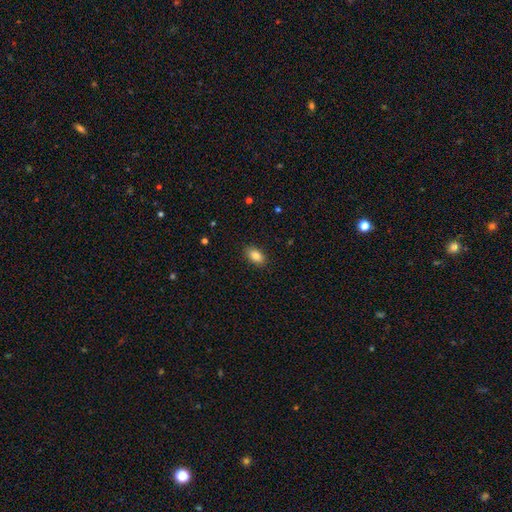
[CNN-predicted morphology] Overall: smooth (85%). How rounded: in between (90%). Merging: none (88%).